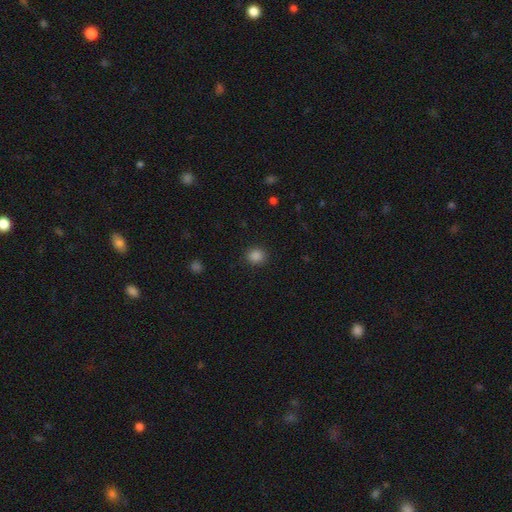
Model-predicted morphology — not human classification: smooth-or-featured: smooth: 86% | star or artifact: 11% | featured or disk: 3%
  how-rounded: round: 83% | in between: 16% | cigar-shaped: 1%
  merging: none: 90% | minor disturbance: 7% | major disturbance: 2% | merger: 1%